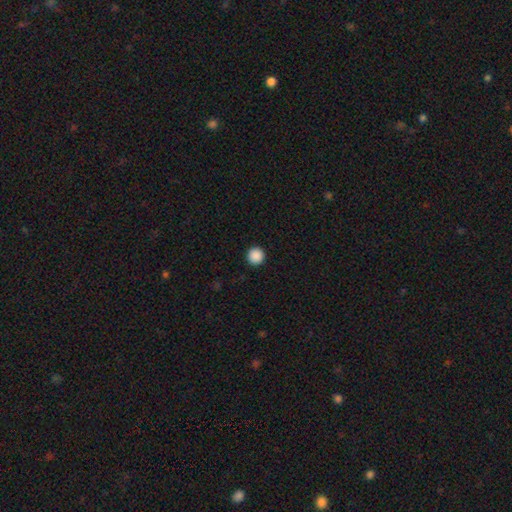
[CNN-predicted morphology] A smooth galaxy with no disk features (89%) that is round (96%).

Vote fractions:
- Smooth or featured? smooth: 89% / star or artifact: 9% / featured or disk: 2%
- How rounded? round: 96% / in between: 3% / cigar-shaped: 1%
- Merging? none: 94% / minor disturbance: 4% / major disturbance: 2% / merger: 1%